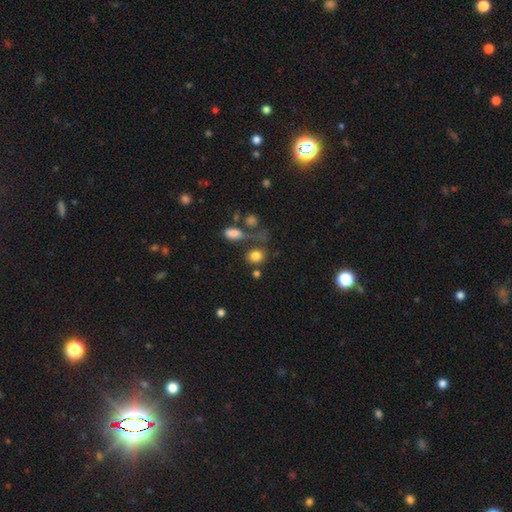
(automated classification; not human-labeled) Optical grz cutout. It shows a smooth galaxy with no disk features (81%) that is round (63%). Merging: none (57%).